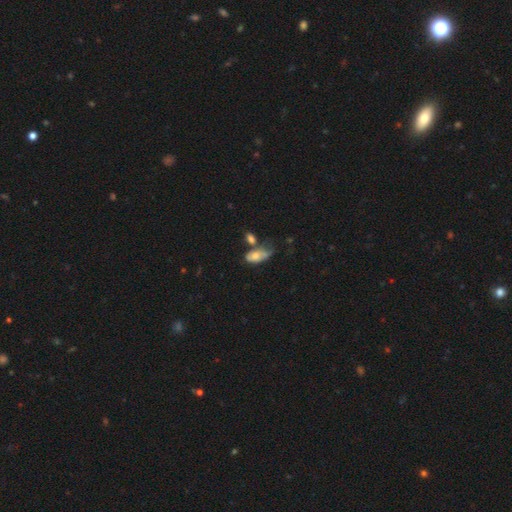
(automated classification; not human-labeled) Overall: smooth (63%; featured or disk 29%). How rounded: in between (90%). Merging: minor disturbance (28%; merger 26%).